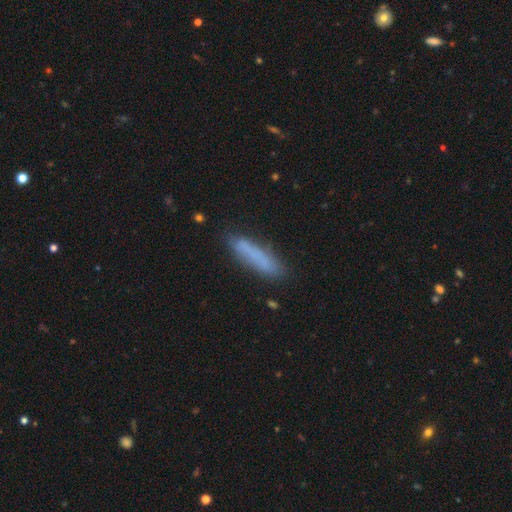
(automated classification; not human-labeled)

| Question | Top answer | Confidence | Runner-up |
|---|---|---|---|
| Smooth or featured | smooth | 72% | featured or disk (19%) |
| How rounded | cigar-shaped | 82% | in between (17%) |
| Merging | none | 77% | minor disturbance (16%) |